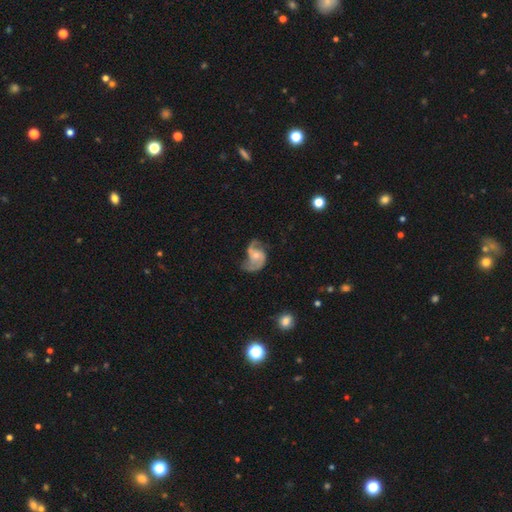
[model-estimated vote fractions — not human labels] smooth-or-featured: featured or disk: 85% | smooth: 9% | star or artifact: 5%
  disk-edge-on: no: 98% | yes: 2%
    bar: no: 63% | weak: 30% | strong: 8%
    has-spiral-arms: yes: 96% | no: 4%
      spiral-winding: medium: 46% | loose: 39% | tight: 14%
      spiral-arm-count: 2: 88% | can't tell: 4% | 1: 3% | 3: 3% | 4: 1% | more than 4: 1%
    bulge-size: moderate: 47% (tied) | small: 47% (tied) | none: 2% | large: 2% | dominant: 1%
  merging: none: 54% | minor disturbance: 25% | major disturbance: 18% | merger: 4%